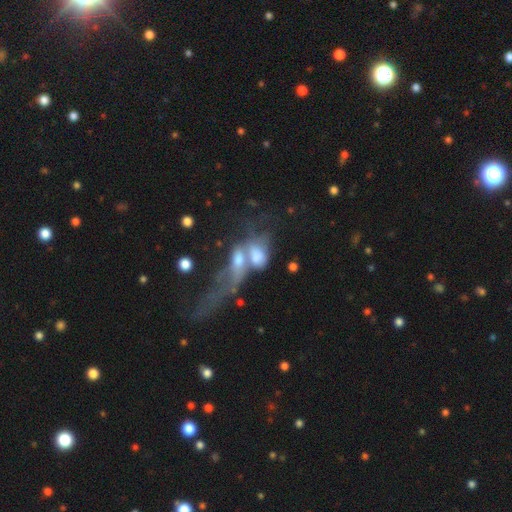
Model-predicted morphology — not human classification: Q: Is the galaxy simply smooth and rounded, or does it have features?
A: featured or disk — 45%.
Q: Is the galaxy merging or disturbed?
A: merger — 70%.